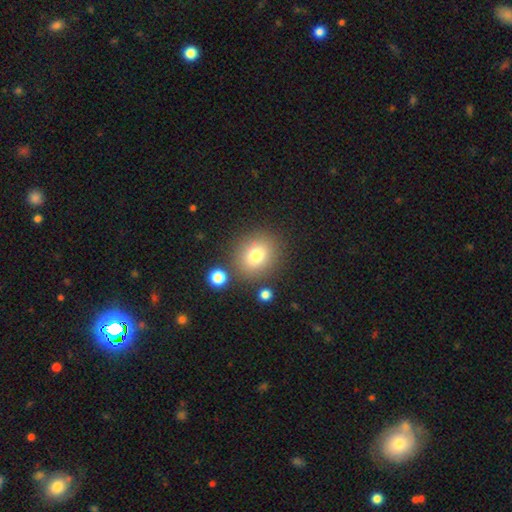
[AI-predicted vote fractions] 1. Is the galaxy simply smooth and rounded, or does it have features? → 76% smooth, 12% star or artifact, 11% featured or disk.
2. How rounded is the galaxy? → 71% round, 28% in between, 1% cigar-shaped.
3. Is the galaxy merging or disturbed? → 79% none, 10% minor disturbance, 7% merger, 4% major disturbance.